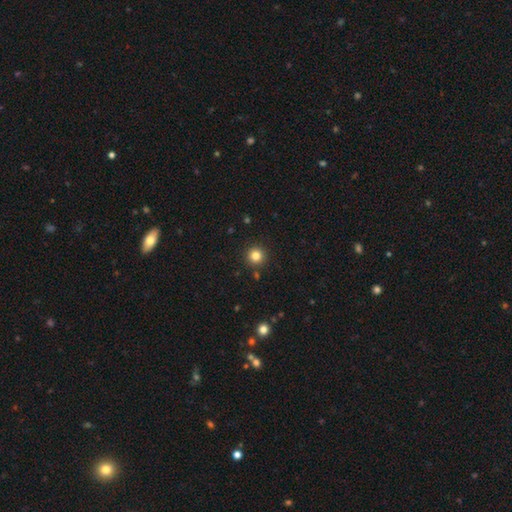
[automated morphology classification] Smooth or featured? smooth (82%)
How rounded? round (96%)
Merging? none (91%)